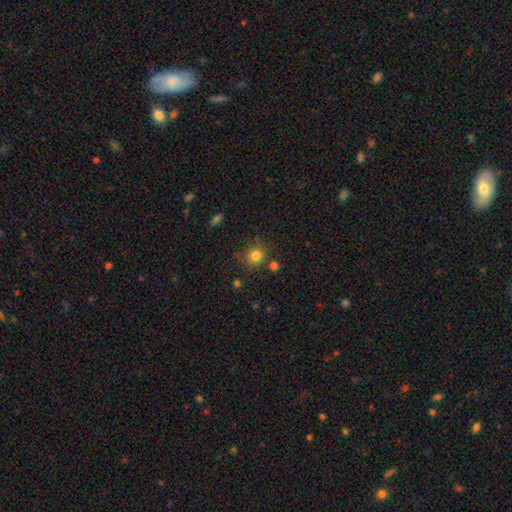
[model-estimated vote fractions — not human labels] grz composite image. It shows a smooth galaxy with no disk features (80%) that is round (86%). Merging: none (75%).